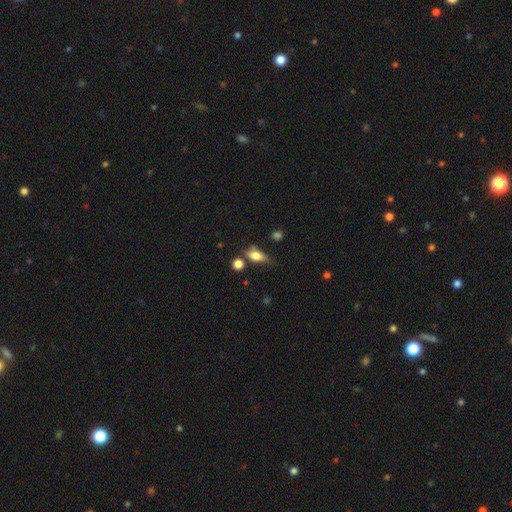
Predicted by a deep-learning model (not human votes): Smooth or featured?
  - smooth: 74% *
  - featured or disk: 17%
  - star or artifact: 10%
How rounded?
  - in between: 76% *
  - cigar-shaped: 14%
  - round: 10%
Merging?
  - none: 49% *
  - minor disturbance: 28%
  - merger: 12%
  - major disturbance: 11%